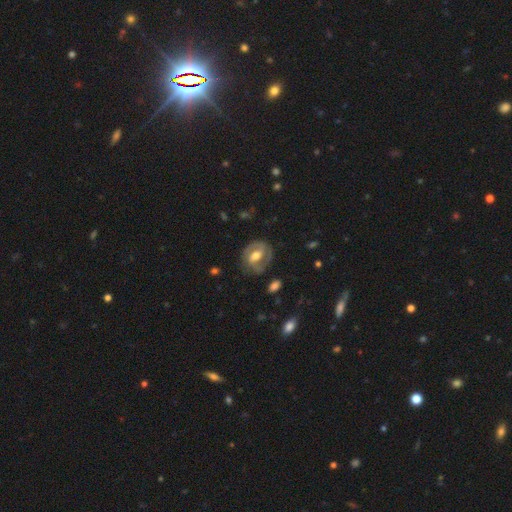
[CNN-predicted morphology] Smooth or featured? featured or disk (67%)
Edge-on disk? no (95%)
Bar? weak (42%)
Spiral arms? yes (68%)
Bulge size? moderate (68%)
Merging? none (72%)